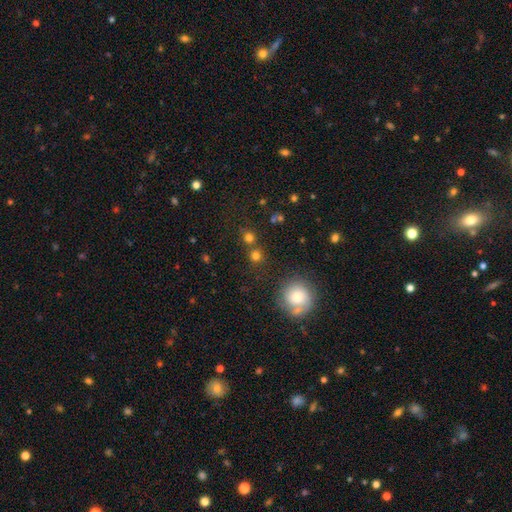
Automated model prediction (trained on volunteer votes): A smooth galaxy with no disk features (76%) that is round (90%). Merging: none (71%).